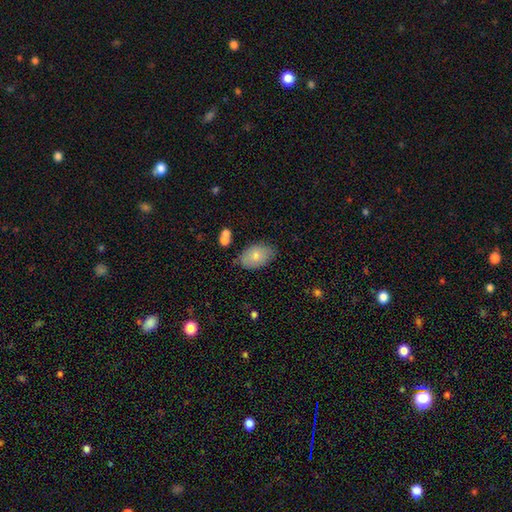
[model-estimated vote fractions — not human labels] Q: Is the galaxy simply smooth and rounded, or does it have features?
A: smooth — 78%.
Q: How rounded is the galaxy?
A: in between — 91%.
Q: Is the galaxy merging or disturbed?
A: none — 76%.